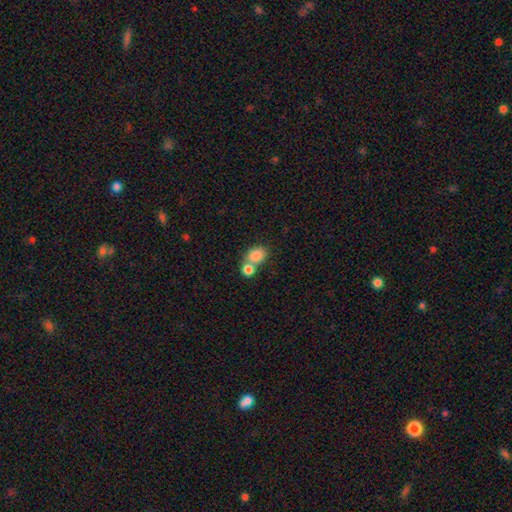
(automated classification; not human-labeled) Smooth or featured? Predicted: smooth (p=0.83). How rounded? Predicted: in between (p=0.51). Merging? Predicted: merger (p=0.48).